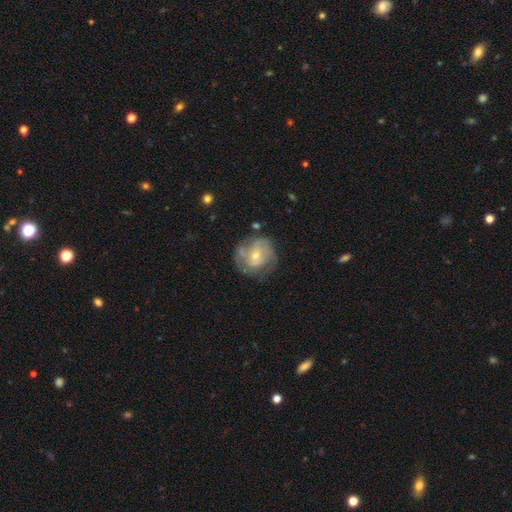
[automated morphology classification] Q: Smooth or featured?
A: featured or disk (69%); runner-up: smooth (23%)
Q: Edge-on disk?
A: no (97%); runner-up: yes (3%)
Q: Bar?
A: no (62%); runner-up: weak (31%)
Q: Spiral arms?
A: yes (81%); runner-up: no (19%)
Q: Spiral winding?
A: tight (50%); runner-up: medium (37%)
Q: Spiral arm count?
A: can't tell (37%); runner-up: 2 (33%)
Q: Bulge size?
A: small (55%); runner-up: moderate (41%)
Q: Merging?
A: none (64%); runner-up: minor disturbance (22%)